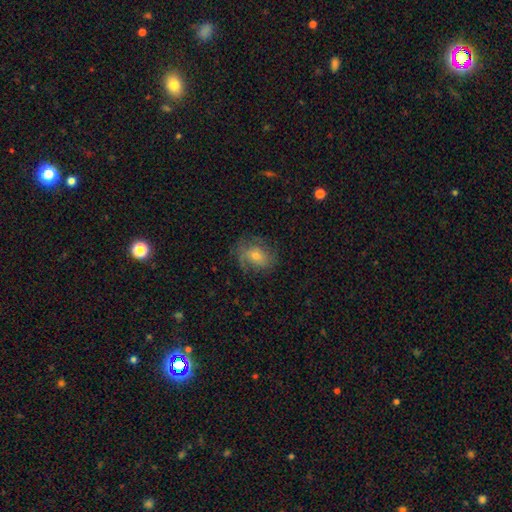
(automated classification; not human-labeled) Smooth or featured? Predicted: featured or disk (p=0.48). Merging? Predicted: none (p=0.66).